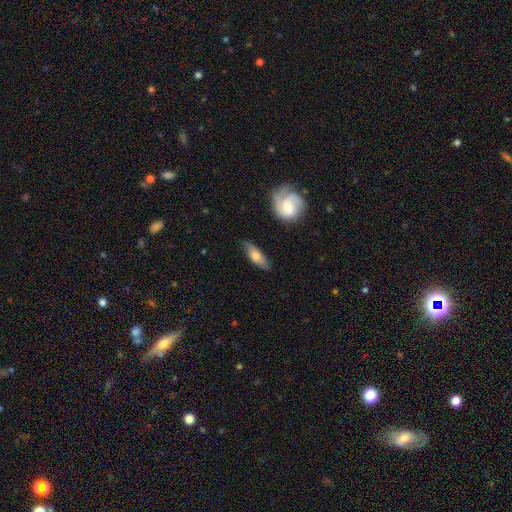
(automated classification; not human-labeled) A smooth galaxy with no disk features (65%) that is in between round and cigar-shaped (55%). Merging: none (76%).